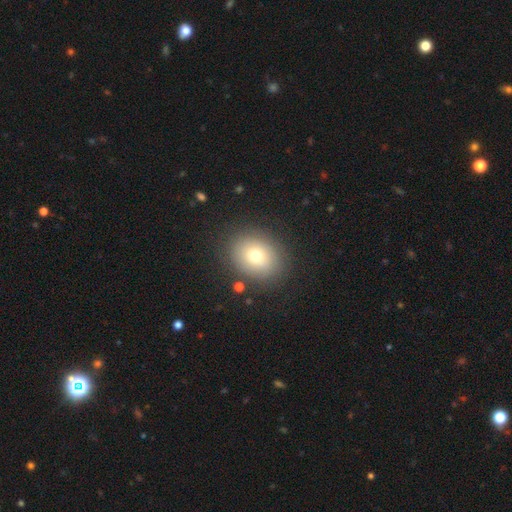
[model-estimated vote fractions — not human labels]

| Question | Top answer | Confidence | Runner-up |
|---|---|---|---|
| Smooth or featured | smooth | 72% | featured or disk (16%) |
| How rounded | round | 60% | in between (39%) |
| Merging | none | 85% | minor disturbance (9%) |